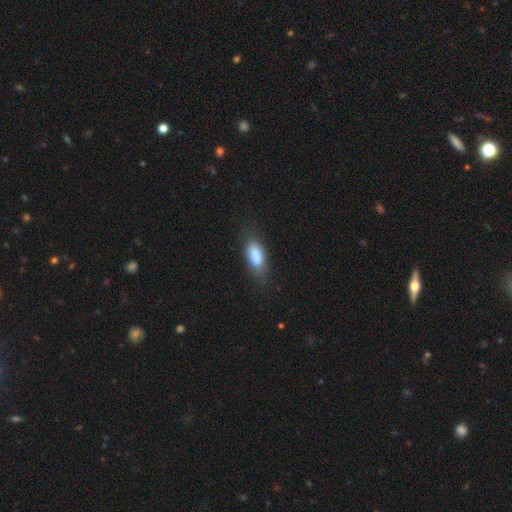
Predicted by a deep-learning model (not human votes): A smooth galaxy with no disk features (82%) that is in between round and cigar-shaped (81%).

Vote fractions:
- Smooth or featured? smooth: 82% / featured or disk: 10% / star or artifact: 8%
- How rounded? in between: 81% / cigar-shaped: 15% / round: 3%
- Merging? none: 66% / minor disturbance: 23% / major disturbance: 8% / merger: 2%